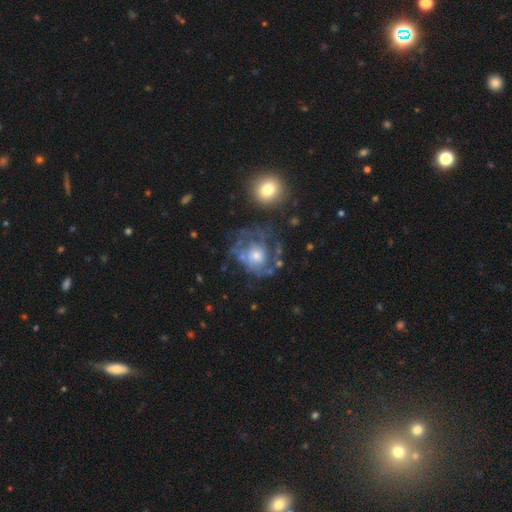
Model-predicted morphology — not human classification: smooth_or_featured: featured or disk (p=0.71) [alt: smooth p=0.19]
disk_edge_on: no (p=0.98) [alt: yes p=0.02]
bar: no (p=0.81) [alt: weak p=0.16]
has_spiral_arms: yes (p=0.76) [alt: no p=0.24]
spiral_winding: tight (p=0.47) [alt: medium p=0.37]
spiral_arm_count: can't tell (p=0.43) [alt: 2 p=0.21]
bulge_size: moderate (p=0.49) [alt: small p=0.38]
merging: none (p=0.49) [alt: major disturbance p=0.27]